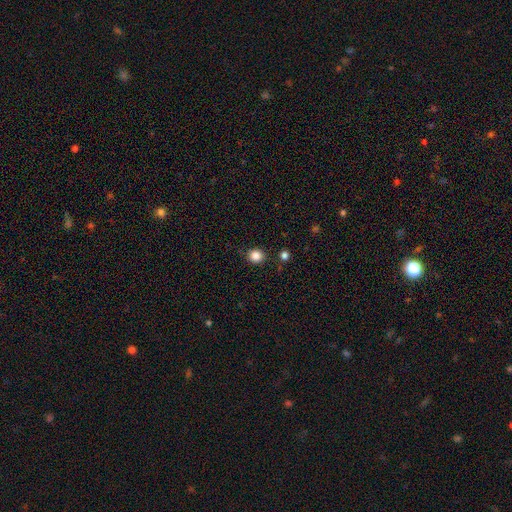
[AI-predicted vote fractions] This appears to be a smooth galaxy with no disk features (85%) that is round (87%). Merging: none (87%).